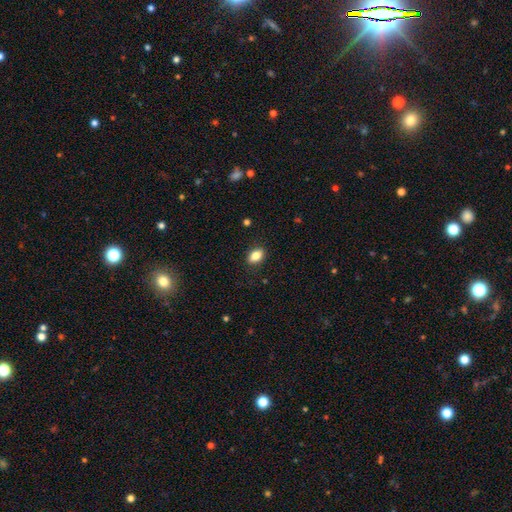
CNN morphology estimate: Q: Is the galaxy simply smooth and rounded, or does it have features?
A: smooth — 83%.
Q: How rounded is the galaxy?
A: in between — 85%.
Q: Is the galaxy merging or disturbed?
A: none — 86%.